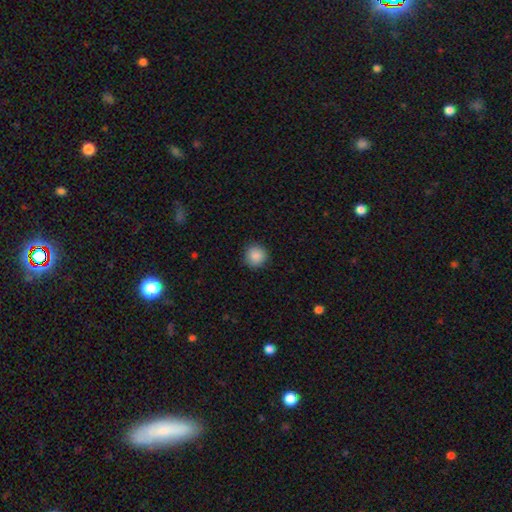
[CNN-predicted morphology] Q: Smooth or featured?
A: smooth (89%); runner-up: star or artifact (8%)
Q: How rounded?
A: round (94%); runner-up: in between (5%)
Q: Merging?
A: none (90%); runner-up: minor disturbance (7%)